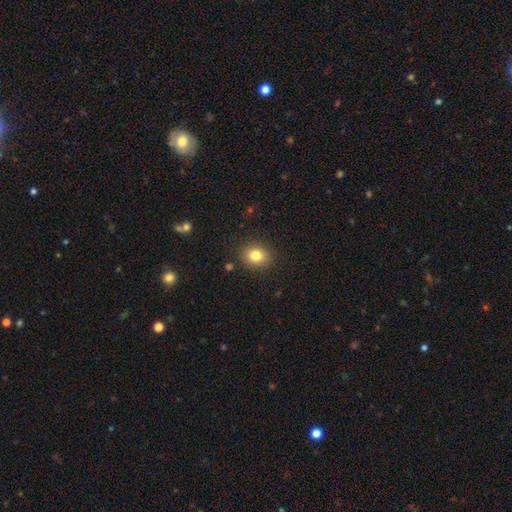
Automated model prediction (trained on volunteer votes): A smooth galaxy with no disk features (81%) that is round (64%). Merging: none (88%).